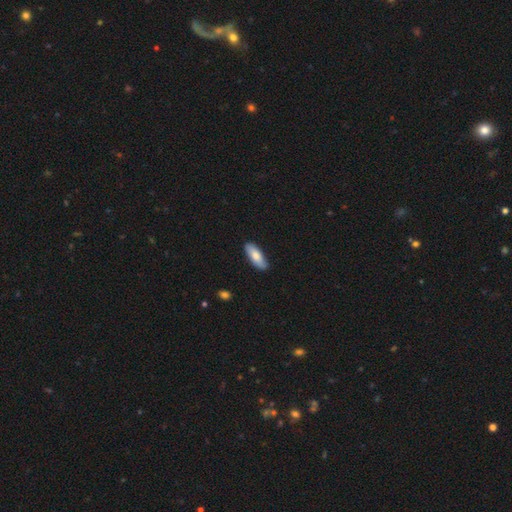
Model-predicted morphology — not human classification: The model was most divided on "how rounded": in between: 71%, cigar-shaped: 27%, round: 2%. More confident: merging — none (87%); smooth or featured — smooth (78%).